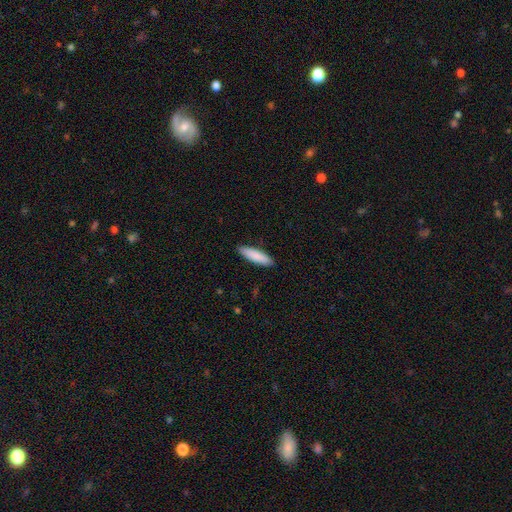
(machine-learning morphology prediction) smooth_or_featured: smooth (p=0.87) [alt: featured or disk p=0.07]
how_rounded: cigar-shaped (p=0.67) [alt: in between p=0.32]
merging: none (p=0.90) [alt: minor disturbance p=0.08]